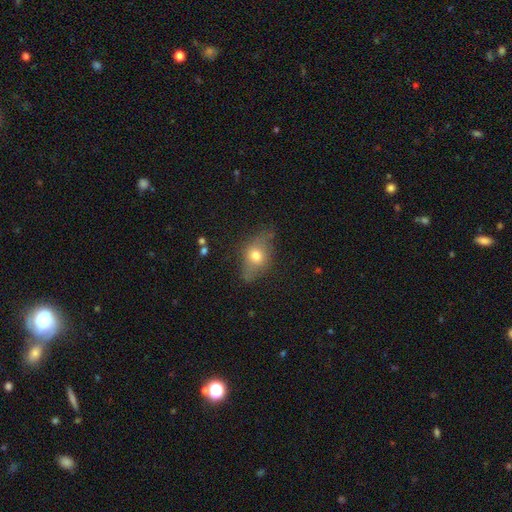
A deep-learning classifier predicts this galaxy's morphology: Q: Smooth or featured?
A: smooth (64%); runner-up: featured or disk (24%)
Q: How rounded?
A: in between (71%); runner-up: round (23%)
Q: Merging?
A: none (60%); runner-up: minor disturbance (27%)